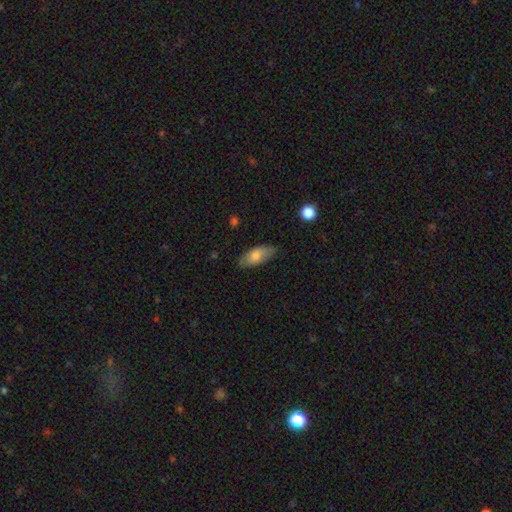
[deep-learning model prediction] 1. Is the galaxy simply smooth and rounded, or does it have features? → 76% smooth, 18% featured or disk, 6% star or artifact.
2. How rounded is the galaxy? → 86% in between, 12% cigar-shaped, 3% round.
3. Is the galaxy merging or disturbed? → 77% none, 19% minor disturbance, 3% major disturbance, 1% merger.